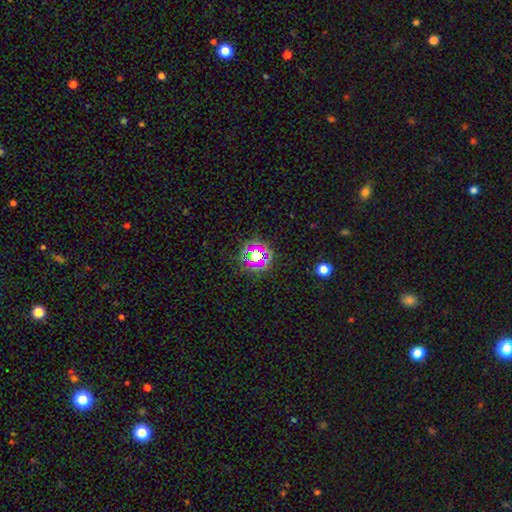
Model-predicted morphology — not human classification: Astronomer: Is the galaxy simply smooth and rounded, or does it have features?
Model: star or artifact — 60%.